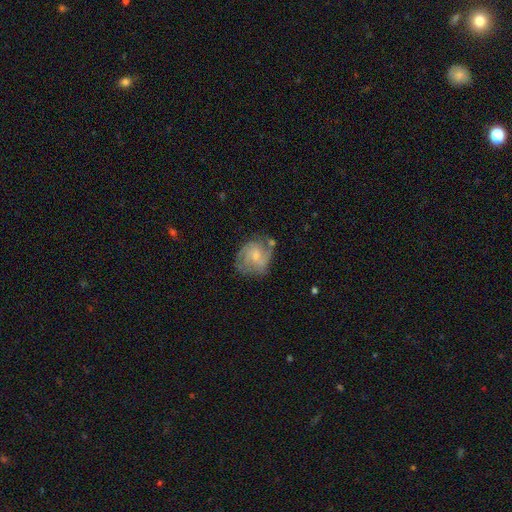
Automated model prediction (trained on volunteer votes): Smooth or featured?
  - featured or disk: 71% *
  - smooth: 22%
  - star or artifact: 6%
Edge-on disk?
  - no: 98% *
  - yes: 2%
Bar?
  - no: 48% *
  - weak: 45%
  - strong: 7%
Spiral arms?
  - yes: 88% *
  - no: 12%
Spiral winding?
  - medium: 45% *
  - tight: 40%
  - loose: 15%
Spiral arm count?
  - 2: 42% *
  - can't tell: 26%
  - 3: 19%
  - 4: 5%
  - 1: 4%
  - more than 4: 3%
Bulge size?
  - small: 60% *
  - moderate: 31%
  - none: 7%
  - large: 2%
  - dominant: 1%
Merging?
  - none: 56% *
  - minor disturbance: 25%
  - major disturbance: 12%
  - merger: 7%